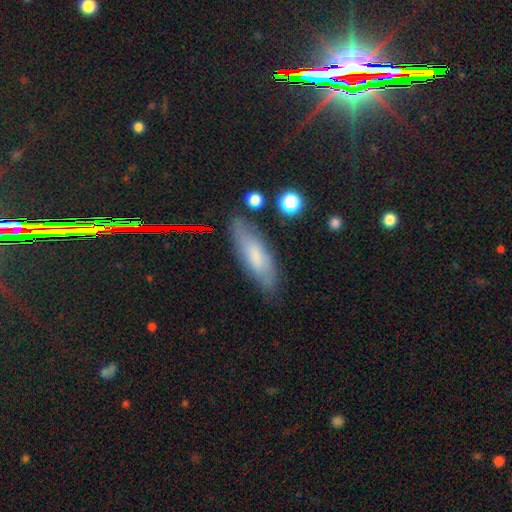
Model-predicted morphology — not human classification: smooth-or-featured: smooth: 64% | featured or disk: 26% | star or artifact: 9%
  how-rounded: cigar-shaped: 53% | in between: 45% | round: 2%
  merging: none: 77% | minor disturbance: 17% | major disturbance: 4% | merger: 2%